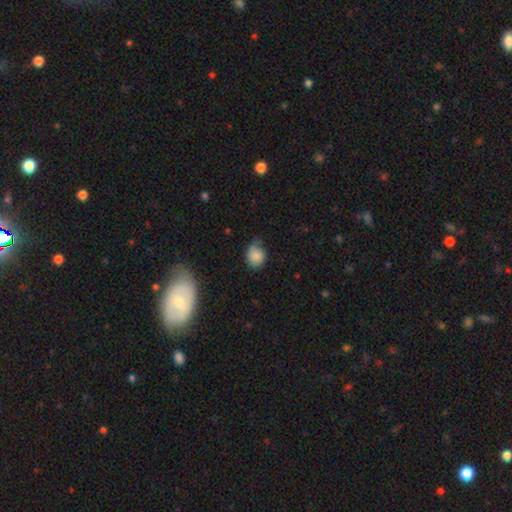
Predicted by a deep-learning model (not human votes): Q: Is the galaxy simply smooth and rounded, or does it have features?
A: smooth — 80%.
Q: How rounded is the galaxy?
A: round — 58%.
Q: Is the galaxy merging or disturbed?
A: none — 46%.